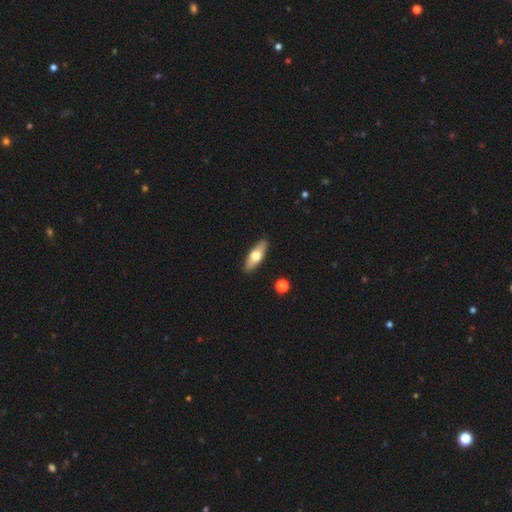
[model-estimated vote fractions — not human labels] Smooth or featured: smooth — 58% (featured or disk — 36%)
How rounded: in between — 61% (cigar-shaped — 35%)
Merging: none — 90% (minor disturbance — 7%)